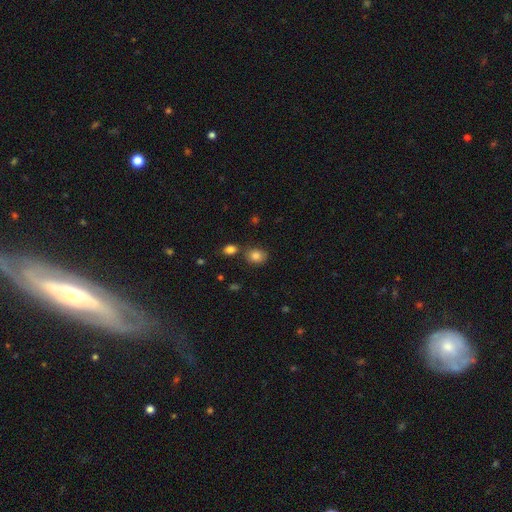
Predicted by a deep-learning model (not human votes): This appears to be a smooth galaxy with no disk features (84%) that is in between round and cigar-shaped (51%). Merging: none (68%).